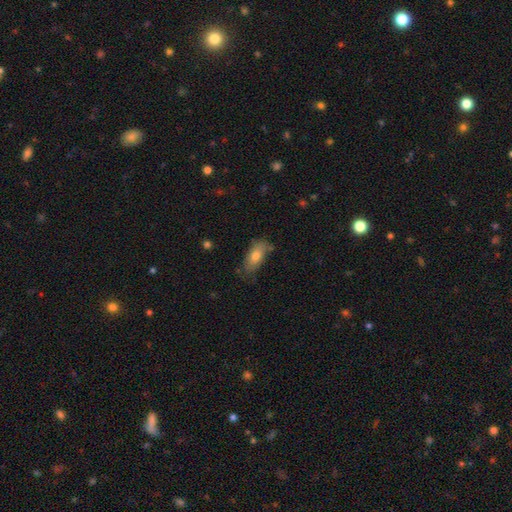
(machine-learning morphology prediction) This is likely a smooth galaxy (75%). How rounded: clearly in between (87%). Merging: likely none (63%).